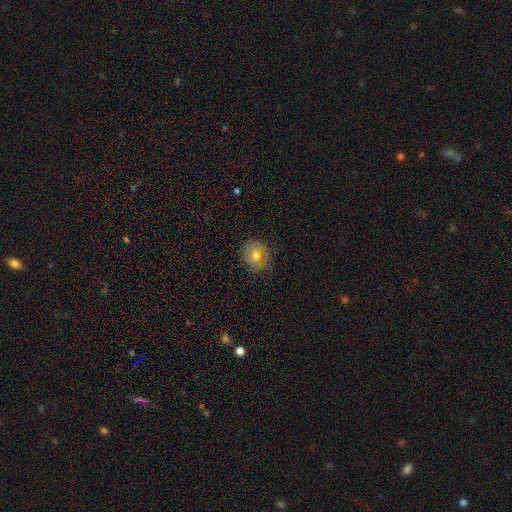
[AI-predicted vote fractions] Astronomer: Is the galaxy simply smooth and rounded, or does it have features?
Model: smooth — 57%.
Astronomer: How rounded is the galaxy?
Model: round — 64%.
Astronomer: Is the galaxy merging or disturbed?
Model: none — 79%.